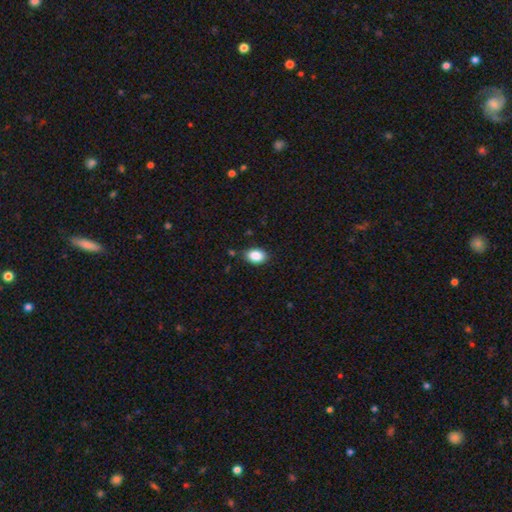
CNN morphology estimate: smooth_or_featured: smooth (p=0.88) [alt: star or artifact p=0.08]
how_rounded: in between (p=0.84) [alt: round p=0.15]
merging: none (p=0.84) [alt: minor disturbance p=0.12]